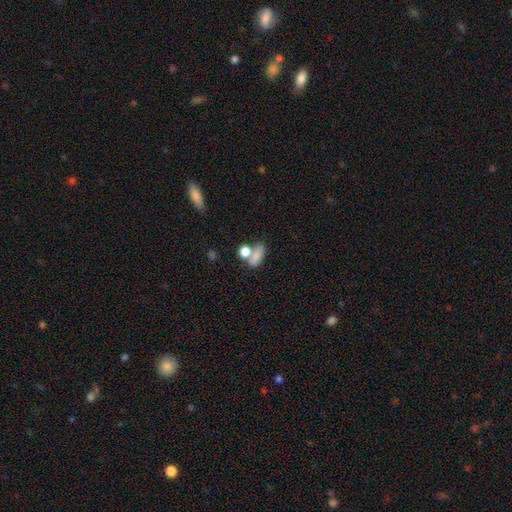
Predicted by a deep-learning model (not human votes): Smooth or featured? smooth (78%)
How rounded? in between (76%)
Merging? none (41%)